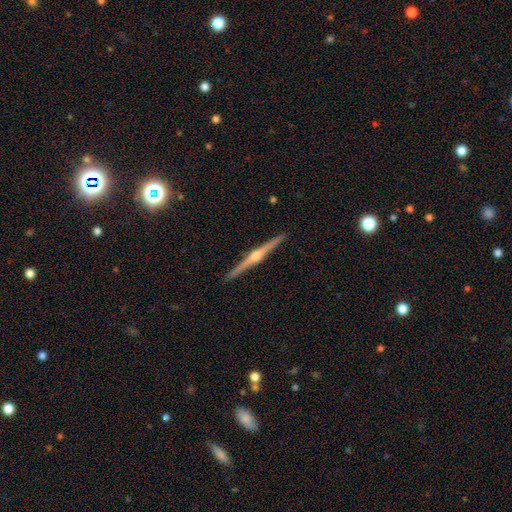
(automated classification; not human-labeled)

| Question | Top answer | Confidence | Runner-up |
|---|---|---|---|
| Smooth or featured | featured or disk | 86% | smooth (8%) |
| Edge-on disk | yes | 99% | no (1%) |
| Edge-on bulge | rounded | 91% | boxy (5%) |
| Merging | none | 93% | minor disturbance (5%) |